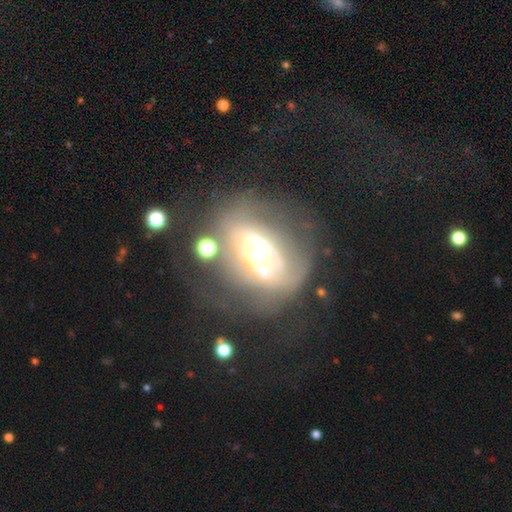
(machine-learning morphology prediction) featured or disk 72%, smooth 19%, star or artifact 9%. Down the decision tree: edge-on disk — no (95%); bar — no (66%); spiral arms — yes (51%); bulge size — moderate (65%); merging — none (37%).